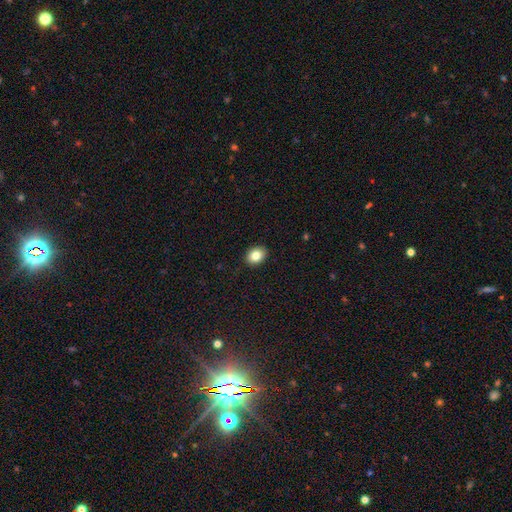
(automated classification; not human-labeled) Smooth or featured?
  - smooth: 83% *
  - star or artifact: 9%
  - featured or disk: 8%
How rounded?
  - in between: 60% *
  - round: 39%
  - cigar-shaped: 1%
Merging?
  - none: 91% *
  - minor disturbance: 7%
  - major disturbance: 2%
  - merger: 1%